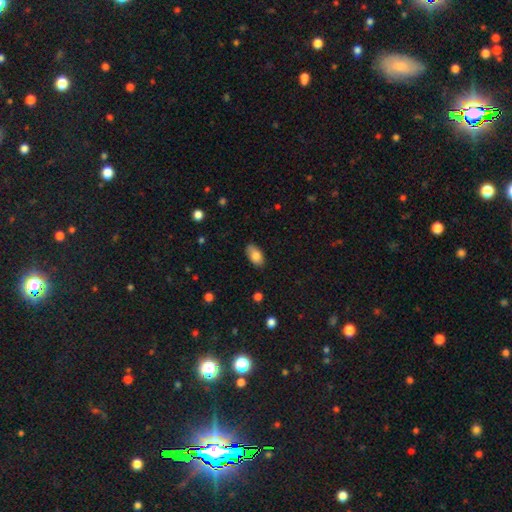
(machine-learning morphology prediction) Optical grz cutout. It shows a smooth galaxy with no disk features (83%) that is in between round and cigar-shaped (94%). Merging: none (81%).